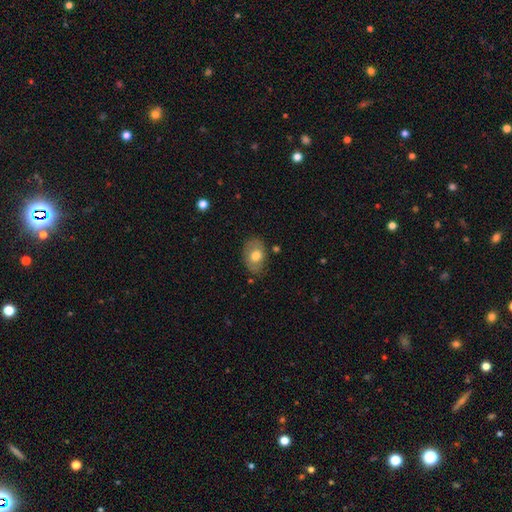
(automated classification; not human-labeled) Smooth or featured: smooth — 70% (featured or disk — 23%)
How rounded: in between — 82% (round — 17%)
Merging: none — 78% (minor disturbance — 16%)